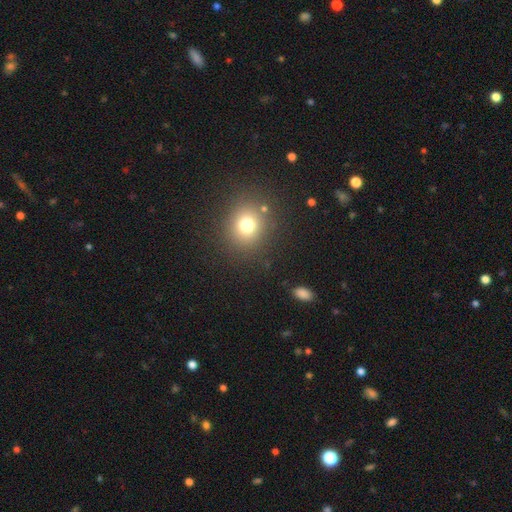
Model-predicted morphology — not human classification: Smooth or featured: smooth — 60% (star or artifact — 33%)
How rounded: round — 85% (in between — 14%)
Merging: none — 91% (minor disturbance — 5%)